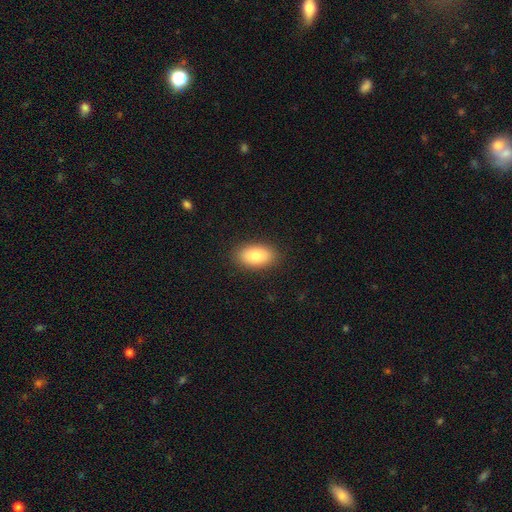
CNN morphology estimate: A smooth galaxy with no disk features (83%) that is in between round and cigar-shaped (92%). Merging: none (88%).